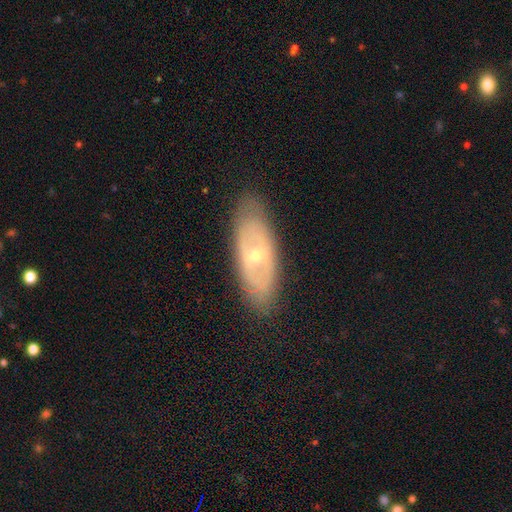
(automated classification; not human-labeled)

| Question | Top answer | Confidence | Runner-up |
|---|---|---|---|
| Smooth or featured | featured or disk | 63% | smooth (30%) |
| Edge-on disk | no | 80% | yes (20%) |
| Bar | no | 47% | weak (36%) |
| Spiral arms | no | 69% | yes (31%) |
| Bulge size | small | 59% | moderate (37%) |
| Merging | none | 85% | minor disturbance (11%) |